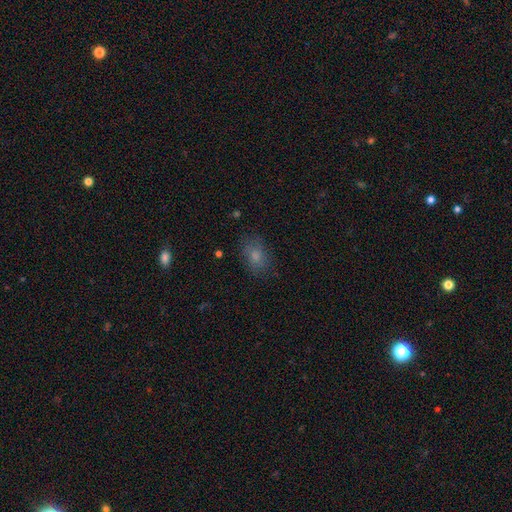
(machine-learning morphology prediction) smooth 79%, star or artifact 11%, featured or disk 10%. Down the decision tree: how rounded — in between (80%); merging — none (77%).